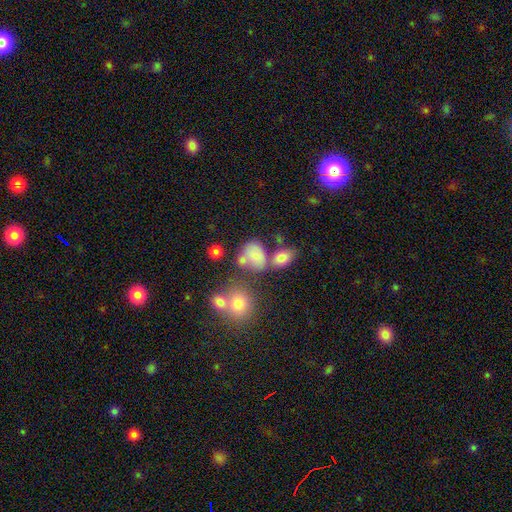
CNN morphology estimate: smooth-or-featured: smooth: 72% | featured or disk: 15% | star or artifact: 13%
  how-rounded: in between: 59% | round: 40% | cigar-shaped: 1%
  merging: none: 42% | merger: 31% | minor disturbance: 18% | major disturbance: 10%